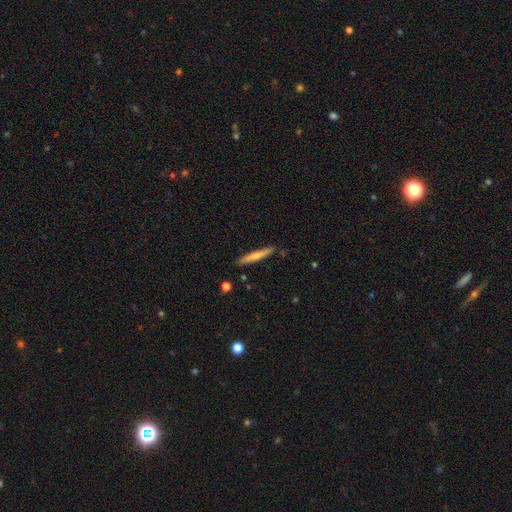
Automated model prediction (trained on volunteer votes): A smooth galaxy with no disk features (61%) that is cigar-shaped (95%). Merging: none (87%).